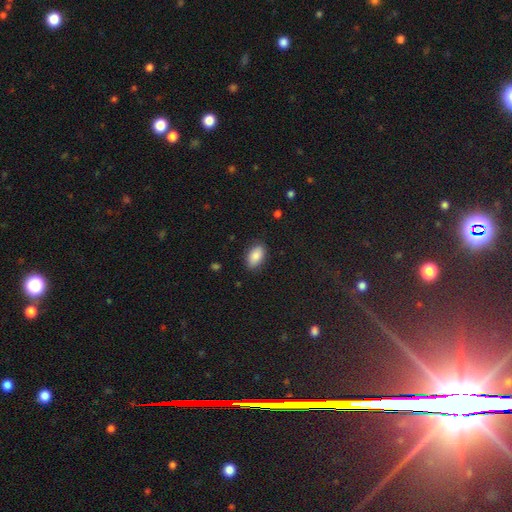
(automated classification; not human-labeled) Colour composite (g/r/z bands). It shows a smooth galaxy with no disk features (86%) that is in between round and cigar-shaped (92%). Merging: none (84%).